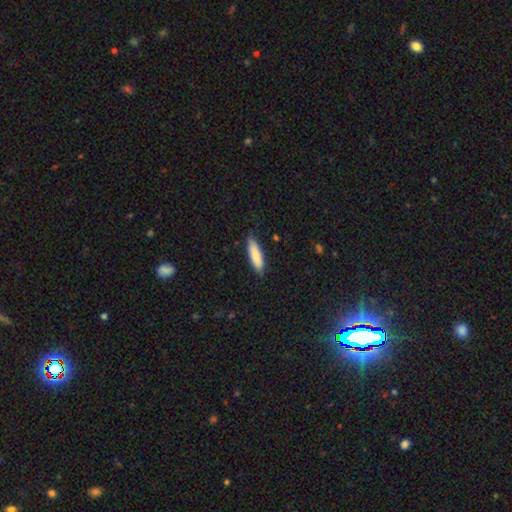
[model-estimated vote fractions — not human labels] Smooth or featured?
  - smooth: 85% *
  - featured or disk: 10%
  - star or artifact: 5%
How rounded?
  - cigar-shaped: 58% *
  - in between: 41%
  - round: 1%
Merging?
  - none: 82% *
  - minor disturbance: 15%
  - major disturbance: 2%
  - merger: 1%